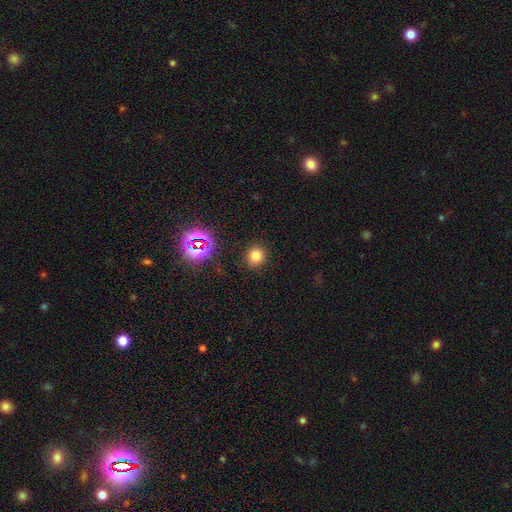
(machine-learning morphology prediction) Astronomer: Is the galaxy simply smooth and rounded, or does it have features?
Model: smooth — 74%.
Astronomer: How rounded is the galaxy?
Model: round — 88%.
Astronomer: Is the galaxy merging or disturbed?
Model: none — 89%.